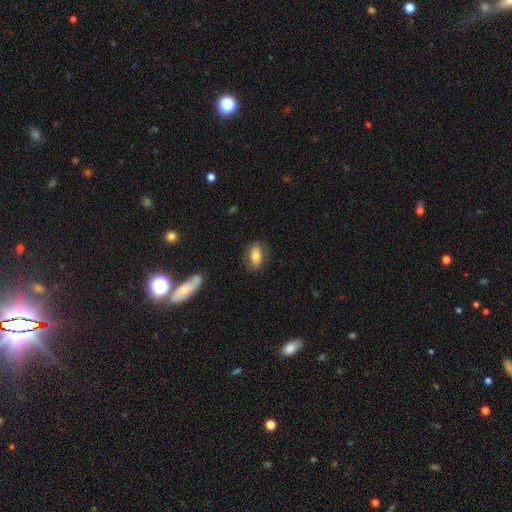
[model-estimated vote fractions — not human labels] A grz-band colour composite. It shows a smooth galaxy with no disk features (77%) that is in between round and cigar-shaped (89%). Merging: none (78%).